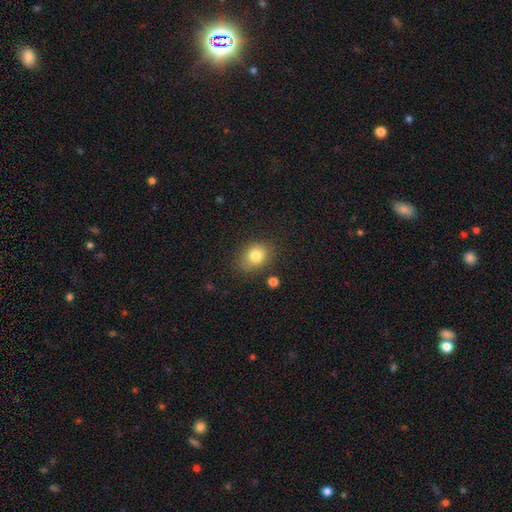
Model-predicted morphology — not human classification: Smooth or featured? Predicted: smooth (p=0.81). How rounded? Predicted: in between (p=0.50). Merging? Predicted: none (p=0.78).